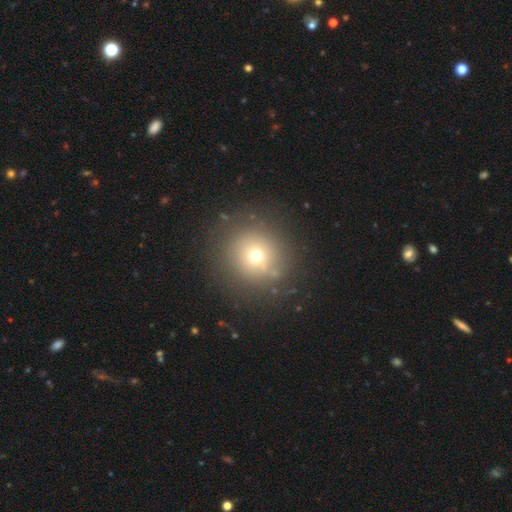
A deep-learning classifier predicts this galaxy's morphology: Smooth or featured: smooth — 66% (star or artifact — 20%)
How rounded: round — 93% (in between — 6%)
Merging: none — 84% (minor disturbance — 9%)